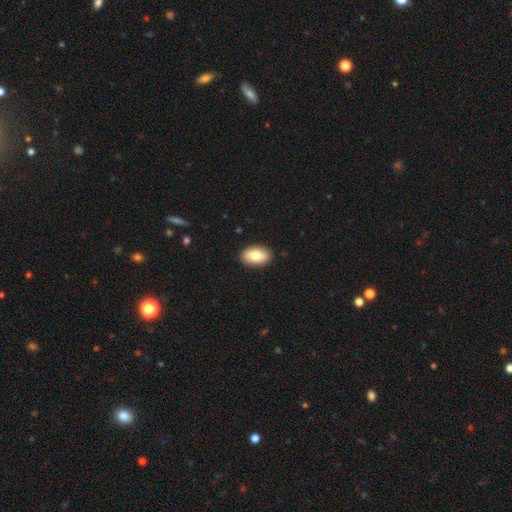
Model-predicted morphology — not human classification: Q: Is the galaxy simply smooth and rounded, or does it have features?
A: smooth — 78%.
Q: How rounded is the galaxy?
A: in between — 91%.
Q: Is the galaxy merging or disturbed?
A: none — 90%.